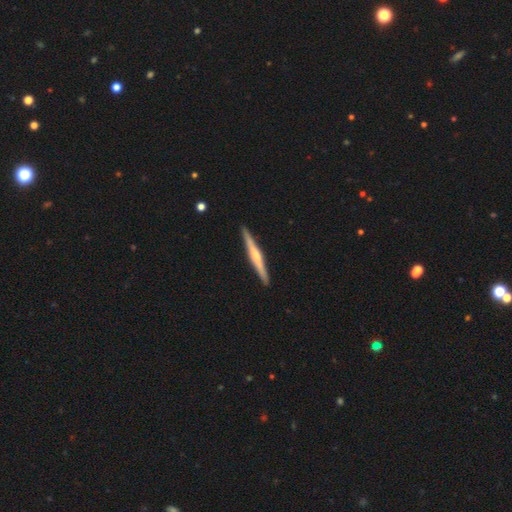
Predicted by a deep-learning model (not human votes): Smooth or featured? featured or disk (67%)
Edge-on disk? yes (98%)
Edge-on bulge? rounded (71%)
Merging? none (92%)